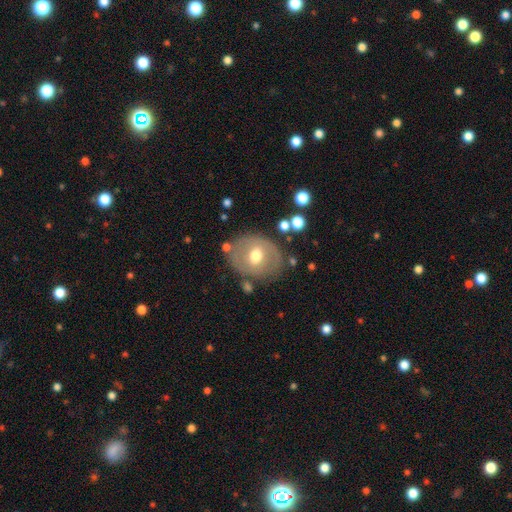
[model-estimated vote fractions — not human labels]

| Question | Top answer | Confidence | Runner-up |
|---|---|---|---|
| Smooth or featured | smooth | 51% | featured or disk (41%) |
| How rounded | round | 52% | in between (47%) |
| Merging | none | 74% | minor disturbance (15%) |